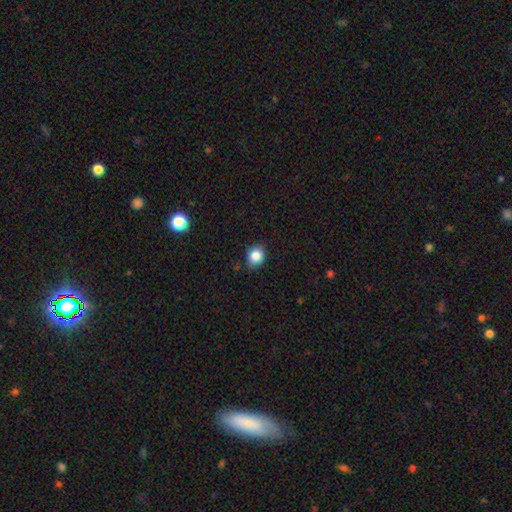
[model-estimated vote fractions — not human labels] Q: Smooth or featured?
A: smooth (84%); runner-up: star or artifact (10%)
Q: How rounded?
A: round (69%); runner-up: in between (30%)
Q: Merging?
A: none (82%); runner-up: minor disturbance (14%)